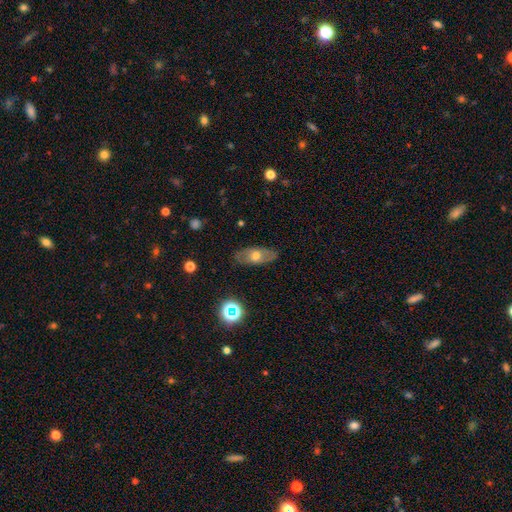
Smooth or featured? smooth (55%)
How rounded? in between (76%)
Merging? none (89%)